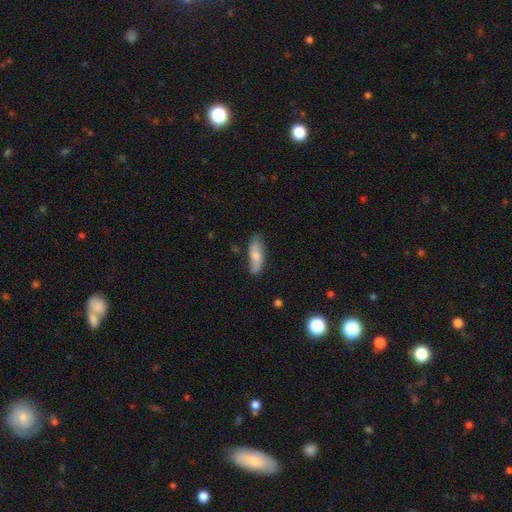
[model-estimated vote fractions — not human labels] Smooth or featured?
  - smooth: 63% *
  - featured or disk: 31%
  - star or artifact: 6%
How rounded?
  - in between: 59% *
  - cigar-shaped: 39%
  - round: 3%
Merging?
  - none: 71% *
  - minor disturbance: 22%
  - major disturbance: 5%
  - merger: 2%